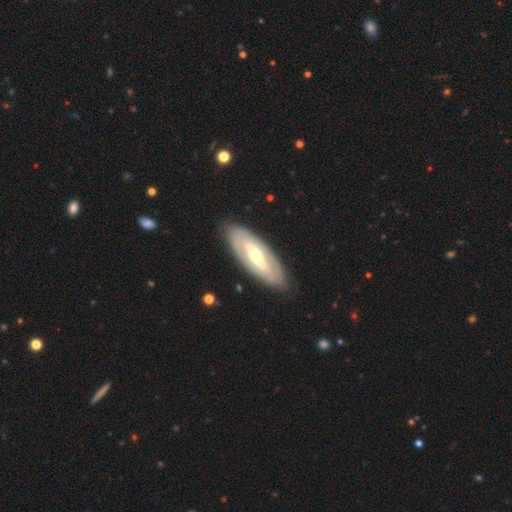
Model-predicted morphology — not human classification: type=featured or disk (71%); edge-on=no (86%); bar=no (43%); spiral arms=no (51%); bulge=moderate (57%); merging=none (85%).